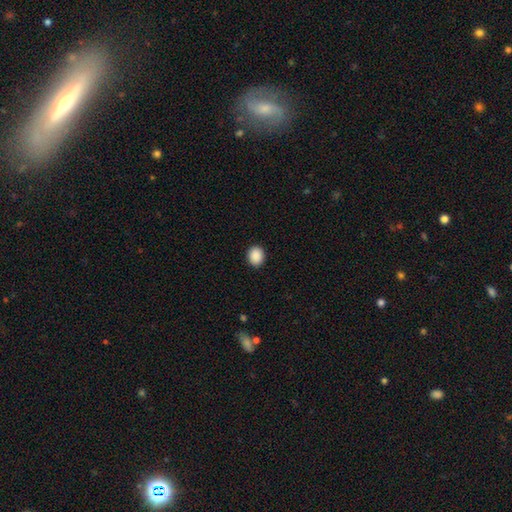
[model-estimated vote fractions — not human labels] Smooth or featured? smooth (90%)
How rounded? round (64%)
Merging? none (91%)